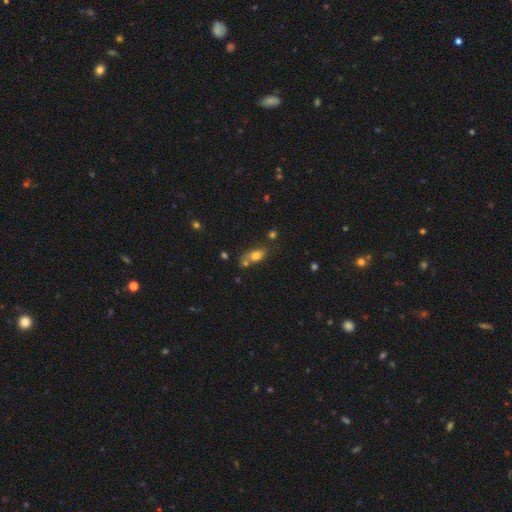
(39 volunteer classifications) Q: Smooth or featured?
A: smooth (74%); runner-up: featured or disk (18%)
Q: How rounded?
A: in between (79%); runner-up: cigar-shaped (14%)
Q: Merging?
A: none (39%); runner-up: merger (33%)